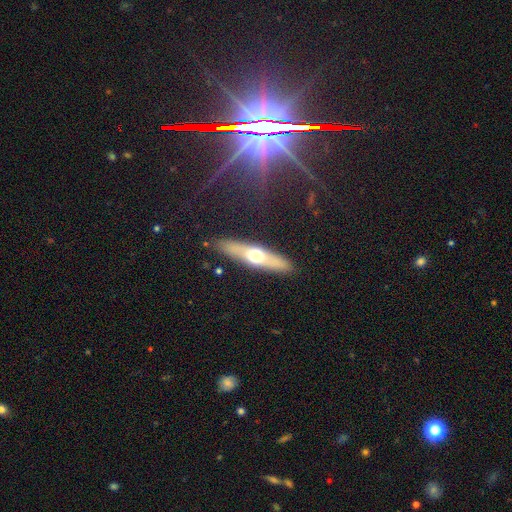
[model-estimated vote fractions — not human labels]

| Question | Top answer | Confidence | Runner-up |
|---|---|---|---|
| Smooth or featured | featured or disk | 49% | smooth (45%) |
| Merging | none | 88% | minor disturbance (8%) |